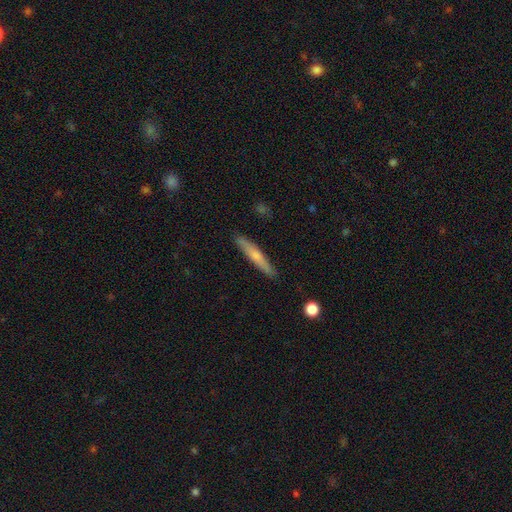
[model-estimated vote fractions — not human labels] A smooth galaxy with no disk features (58%) that is cigar-shaped (93%).

Vote fractions:
- Smooth or featured? smooth: 58% / featured or disk: 36% / star or artifact: 6%
- How rounded? cigar-shaped: 93% / in between: 5% / round: 1%
- Merging? none: 89% / minor disturbance: 8% / major disturbance: 2% / merger: 1%